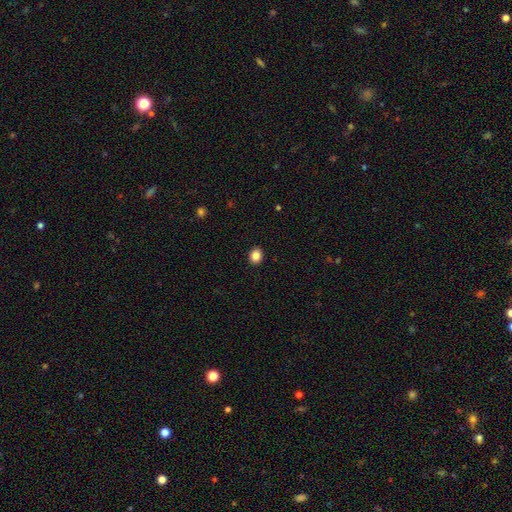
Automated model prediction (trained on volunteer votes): smooth 85%, star or artifact 10%, featured or disk 5%. Down the decision tree: how rounded — round (57%); merging — none (92%).